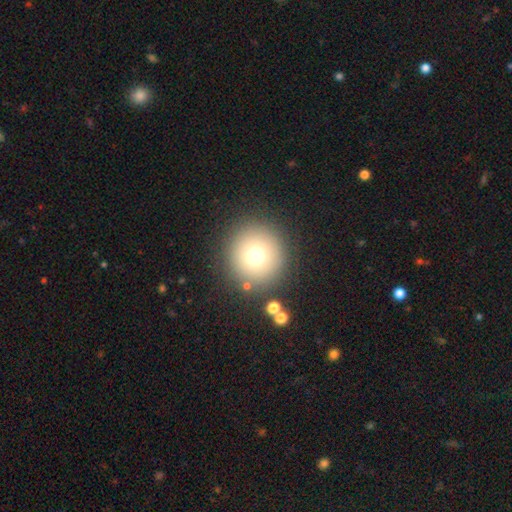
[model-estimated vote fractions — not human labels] A smooth galaxy with no disk features (71%) that is round (95%).

Vote fractions:
- Smooth or featured? smooth: 71% / star or artifact: 17% / featured or disk: 12%
- How rounded? round: 95% / in between: 4% / cigar-shaped: 1%
- Merging? none: 87% / minor disturbance: 6% / major disturbance: 4% / merger: 3%